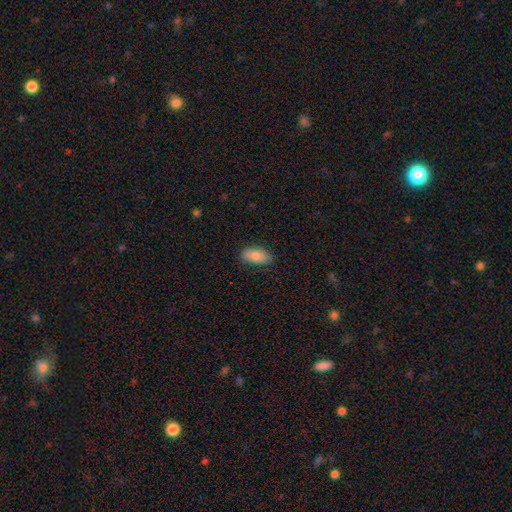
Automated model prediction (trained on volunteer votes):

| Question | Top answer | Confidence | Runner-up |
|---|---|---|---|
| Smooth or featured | smooth | 81% | featured or disk (12%) |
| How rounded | in between | 90% | cigar-shaped (7%) |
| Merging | none | 82% | minor disturbance (14%) |